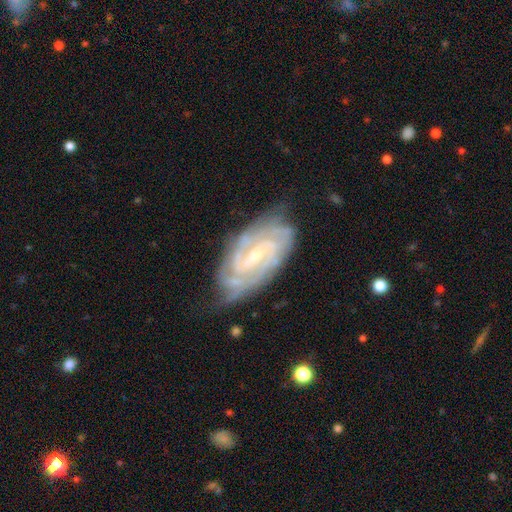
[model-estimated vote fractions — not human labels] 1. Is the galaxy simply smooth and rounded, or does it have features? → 89% featured or disk, 6% smooth, 5% star or artifact.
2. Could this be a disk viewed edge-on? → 96% no, 4% yes.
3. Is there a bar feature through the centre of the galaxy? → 50% weak, 31% strong, 19% no.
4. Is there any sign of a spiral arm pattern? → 98% yes, 2% no.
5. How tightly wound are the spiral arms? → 68% tight, 28% medium, 5% loose.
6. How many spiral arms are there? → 34% 2, 23% can't tell, 19% 3, 14% 4, 5% more than 4, 5% 1.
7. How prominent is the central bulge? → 61% small, 33% moderate, 4% none, 1% large, 1% dominant.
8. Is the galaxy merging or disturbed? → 69% none, 22% minor disturbance, 7% major disturbance, 2% merger.